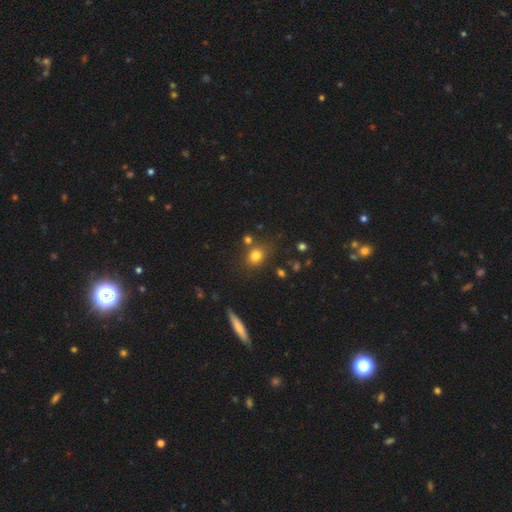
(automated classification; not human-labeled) This is likely a smooth galaxy (79%). How rounded: likely round (63%). Merging: likely none (72%).